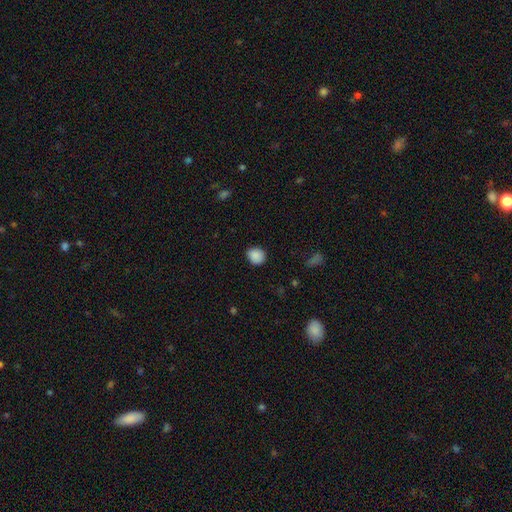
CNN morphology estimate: smooth 88%, star or artifact 9%, featured or disk 3%. Down the decision tree: how rounded — round (75%); merging — none (85%).